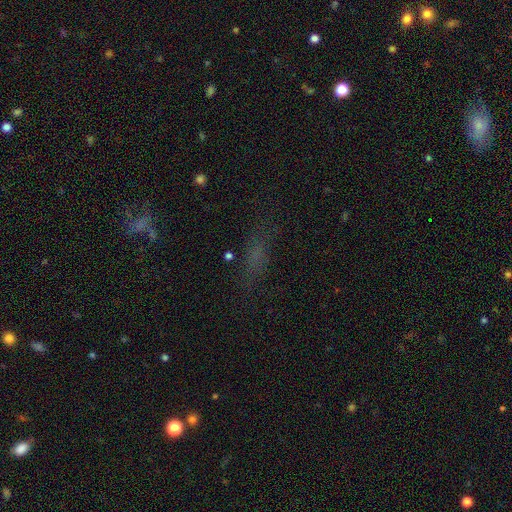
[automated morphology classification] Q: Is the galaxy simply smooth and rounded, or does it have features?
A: smooth — 52%.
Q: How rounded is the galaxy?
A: in between — 48%.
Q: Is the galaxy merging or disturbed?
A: none — 69%.